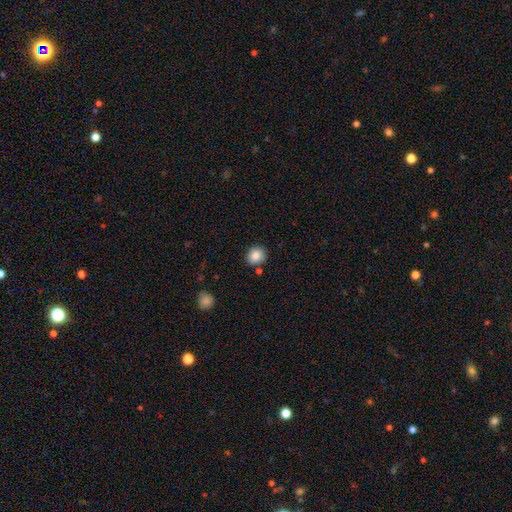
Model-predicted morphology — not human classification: This appears to be a smooth galaxy with no disk features (86%) that is round (74%). Merging: none (82%).